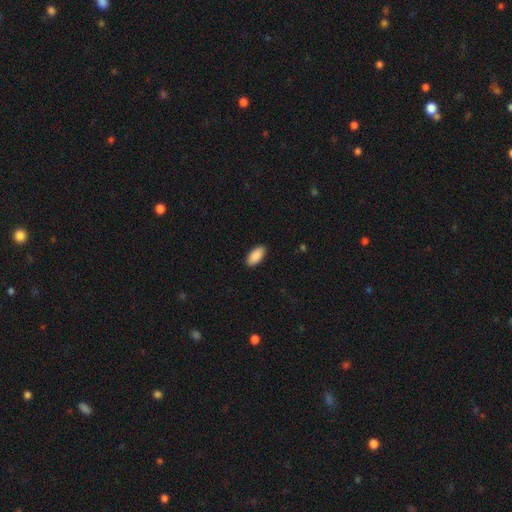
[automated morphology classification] smooth_or_featured: smooth (p=0.91) [alt: star or artifact p=0.06]
how_rounded: in between (p=0.94) [alt: cigar-shaped p=0.04]
merging: none (p=0.90) [alt: minor disturbance p=0.07]